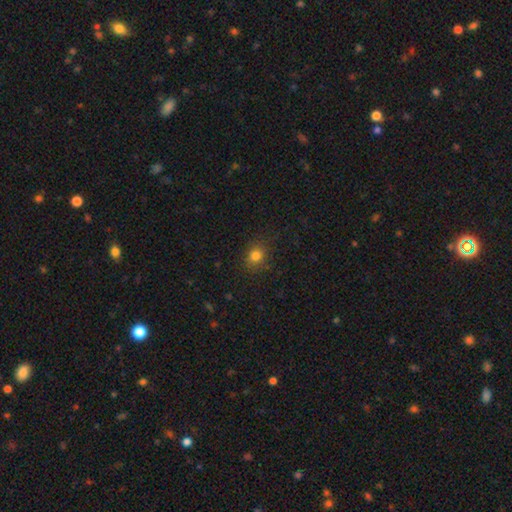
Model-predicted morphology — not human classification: smooth 80%, star or artifact 14%, featured or disk 6%. Down the decision tree: how rounded — round (69%); merging — none (85%).